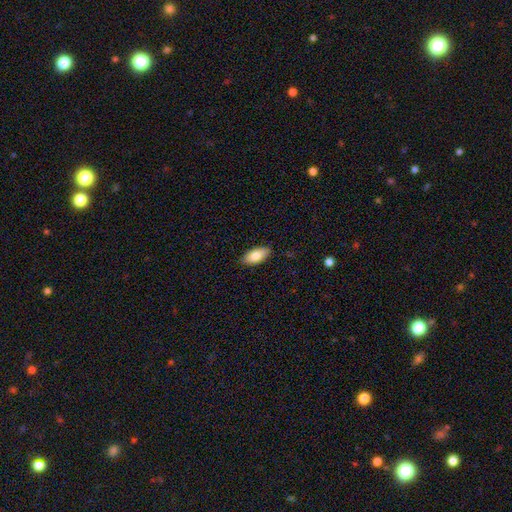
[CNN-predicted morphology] A smooth galaxy with no disk features (81%) that is in between round and cigar-shaped (89%). Merging: none (87%).